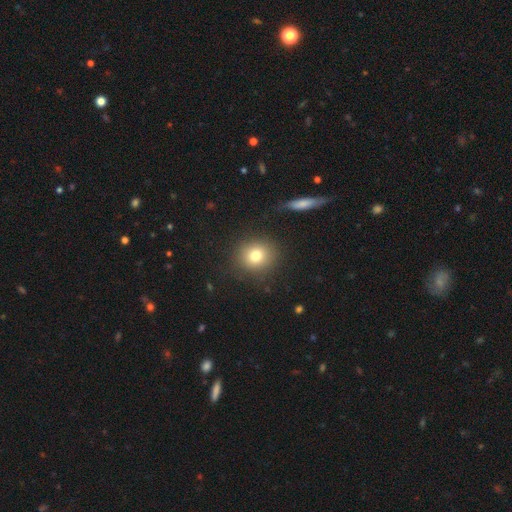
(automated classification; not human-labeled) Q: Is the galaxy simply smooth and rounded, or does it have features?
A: smooth — 79%.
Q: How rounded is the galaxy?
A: round — 82%.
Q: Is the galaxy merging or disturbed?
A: none — 85%.